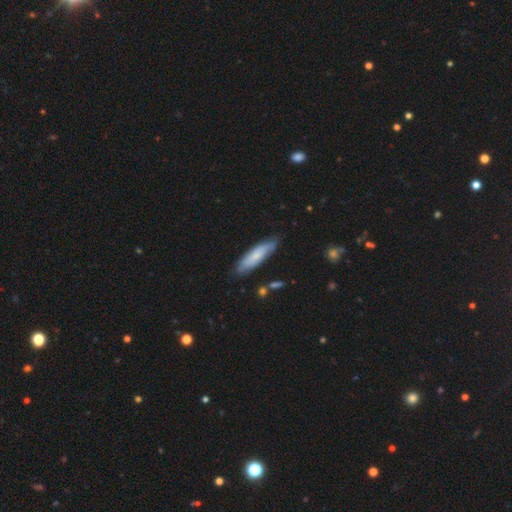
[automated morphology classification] Smooth or featured?
  - smooth: 66% *
  - featured or disk: 28%
  - star or artifact: 6%
How rounded?
  - cigar-shaped: 70% *
  - in between: 29%
  - round: 2%
Merging?
  - none: 77% *
  - minor disturbance: 17%
  - major disturbance: 3%
  - merger: 2%